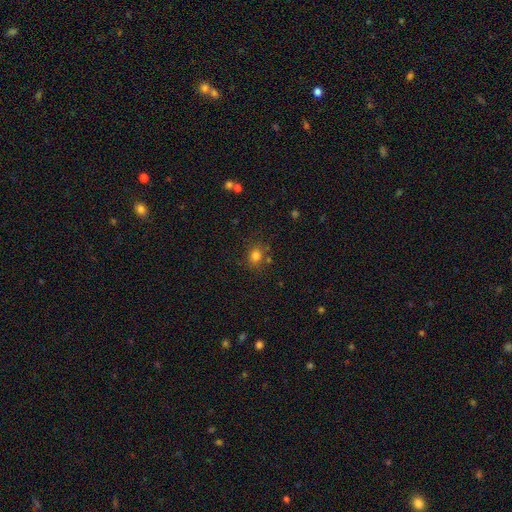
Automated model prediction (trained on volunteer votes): Smooth or featured?
  - smooth: 78% *
  - star or artifact: 15%
  - featured or disk: 7%
How rounded?
  - round: 68% *
  - in between: 31%
  - cigar-shaped: 1%
Merging?
  - none: 77% *
  - minor disturbance: 13%
  - merger: 6%
  - major disturbance: 4%